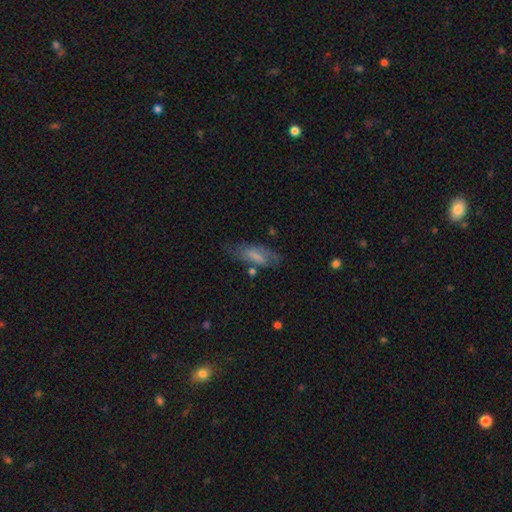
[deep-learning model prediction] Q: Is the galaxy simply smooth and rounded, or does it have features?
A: smooth — 56%.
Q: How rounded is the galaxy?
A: in between — 72%.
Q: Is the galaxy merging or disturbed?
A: none — 62%.